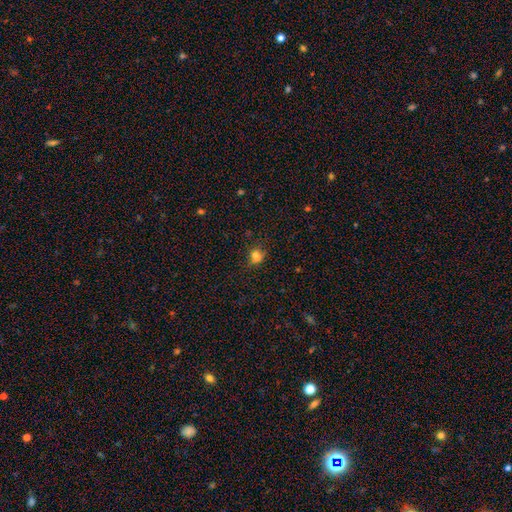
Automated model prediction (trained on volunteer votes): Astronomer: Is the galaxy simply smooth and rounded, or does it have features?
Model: smooth — 75%.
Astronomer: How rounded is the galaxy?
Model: round — 78%.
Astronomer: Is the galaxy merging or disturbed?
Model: none — 64%.